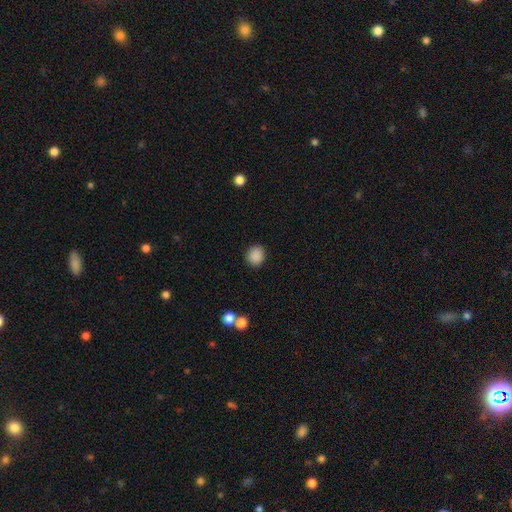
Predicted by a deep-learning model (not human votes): A smooth galaxy with no disk features (88%) that is round (74%).

Vote fractions:
- Smooth or featured? smooth: 88% / star or artifact: 9% / featured or disk: 3%
- How rounded? round: 74% / in between: 25% / cigar-shaped: 1%
- Merging? none: 89% / minor disturbance: 7% / major disturbance: 2% / merger: 2%